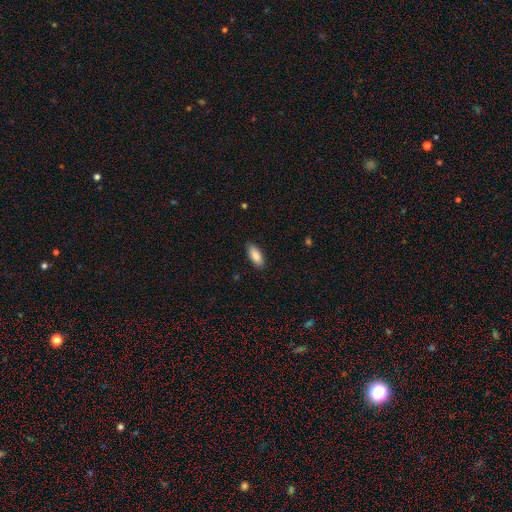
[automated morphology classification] Smooth or featured: smooth — 87% (featured or disk — 7%)
How rounded: in between — 84% (cigar-shaped — 14%)
Merging: none — 88% (minor disturbance — 9%)